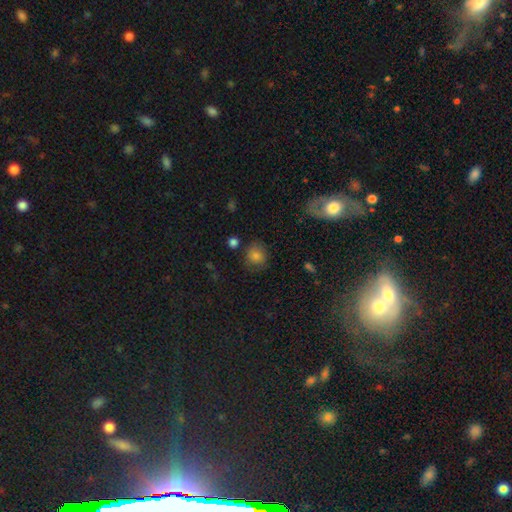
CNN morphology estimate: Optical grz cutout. It shows a smooth galaxy with no disk features (81%) that is round (75%). Merging: none (71%).